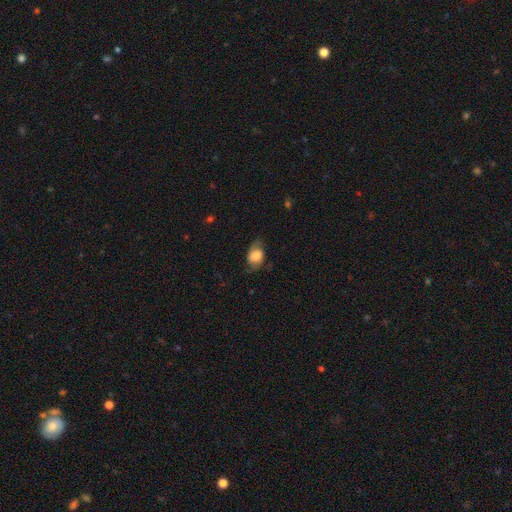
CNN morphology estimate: This is likely a smooth galaxy (62%). How rounded: likely in between (75%). Merging: possibly none (59%).